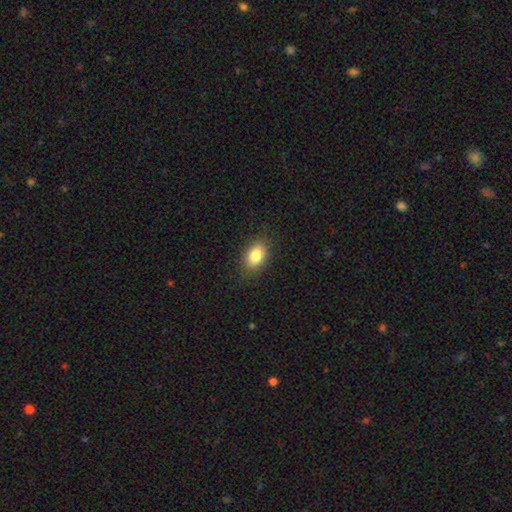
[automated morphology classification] This appears to be a smooth galaxy with no disk features (83%) that is in between round and cigar-shaped (86%). Merging: none (85%).